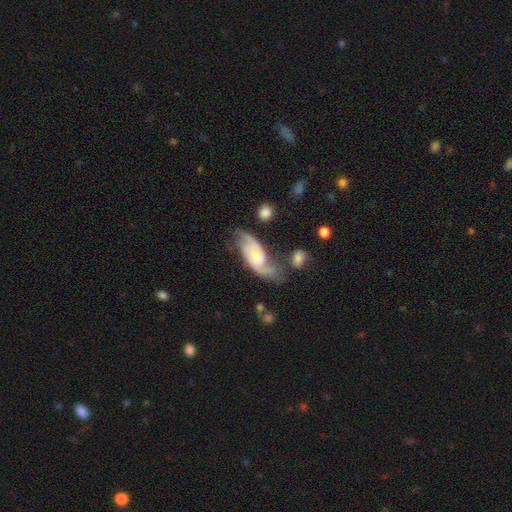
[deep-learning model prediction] Q: Smooth or featured?
A: featured or disk (78%); runner-up: smooth (16%)
Q: Edge-on disk?
A: no (93%); runner-up: yes (7%)
Q: Bar?
A: no (60%); runner-up: weak (32%)
Q: Spiral arms?
A: yes (94%); runner-up: no (6%)
Q: Spiral winding?
A: medium (44%); runner-up: loose (32%)
Q: Spiral arm count?
A: 2 (83%); runner-up: can't tell (9%)
Q: Bulge size?
A: small (49%); runner-up: moderate (39%)
Q: Merging?
A: none (52%); runner-up: minor disturbance (23%)